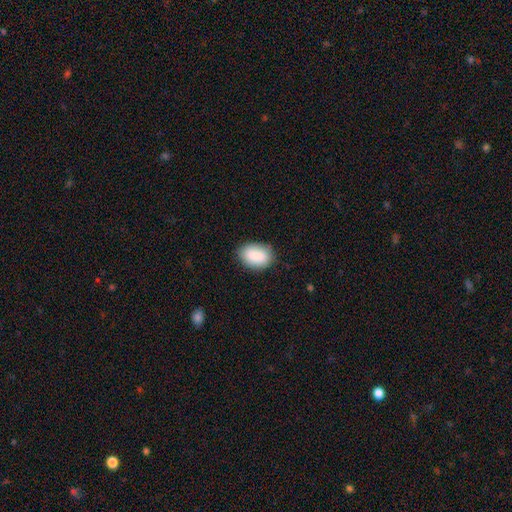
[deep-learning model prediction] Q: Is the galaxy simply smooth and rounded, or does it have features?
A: smooth — 88%.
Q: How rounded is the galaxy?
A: in between — 85%.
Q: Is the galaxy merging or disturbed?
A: none — 80%.